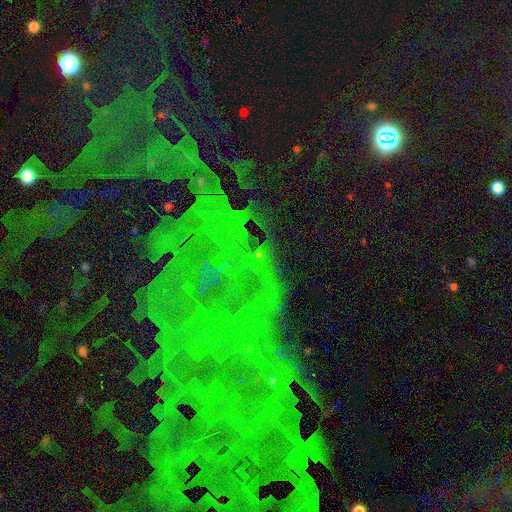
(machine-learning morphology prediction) Q: Smooth or featured?
A: star or artifact (75%); runner-up: featured or disk (14%)